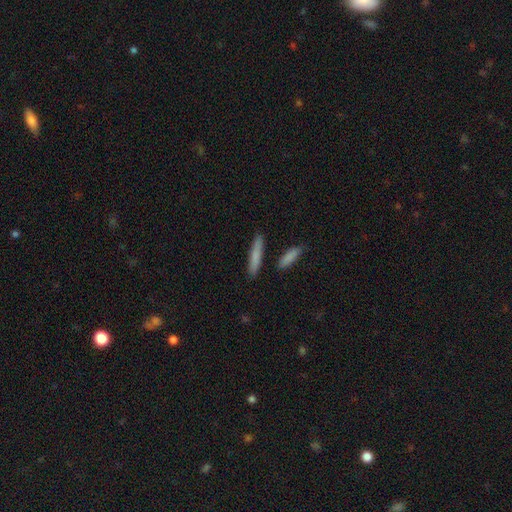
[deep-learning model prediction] Overall: smooth (79%). How rounded: cigar-shaped (89%). Merging: none (86%).